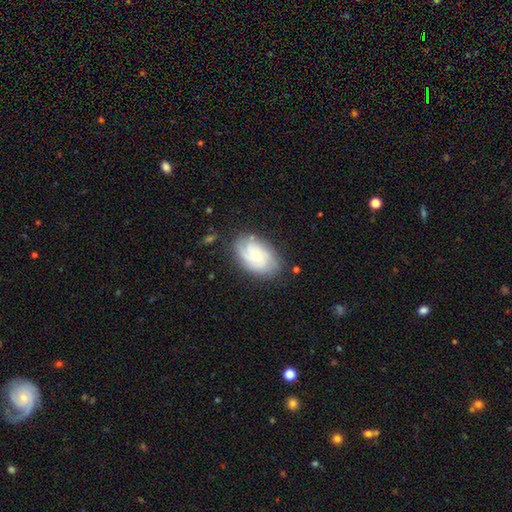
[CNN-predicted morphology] Overall: featured or disk (63%; smooth 29%). Edge-on disk: no (97%). Bar: no (68%). Spiral arms: yes (92%). Spiral arm count: can't tell (37%; 2 23%). Spiral winding: tight (58%; medium 32%). Bulge size: small (50%; moderate 27%). Merging: none (74%).